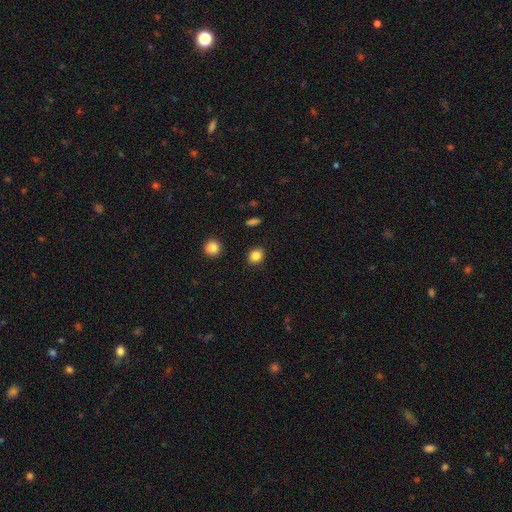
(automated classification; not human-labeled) Smooth or featured?
  - smooth: 86% *
  - star or artifact: 10%
  - featured or disk: 4%
How rounded?
  - round: 70% *
  - in between: 29%
  - cigar-shaped: 1%
Merging?
  - none: 90% *
  - minor disturbance: 7%
  - major disturbance: 2%
  - merger: 2%